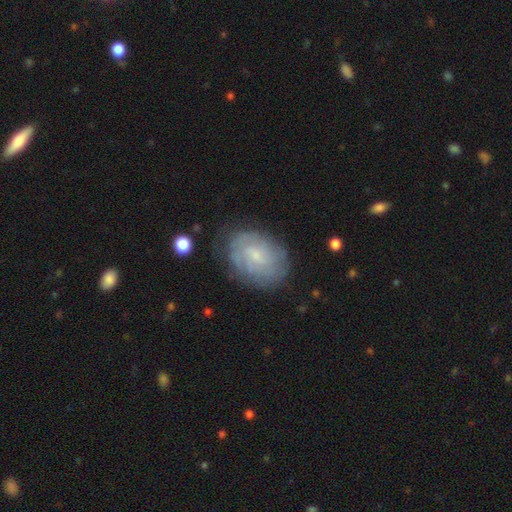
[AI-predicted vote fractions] Overall: featured or disk (58%; smooth 34%). Edge-on disk: no (97%). Bar: no (57%; weak 38%). Spiral arms: yes (78%). Bulge size: small (68%). Merging: none (75%).